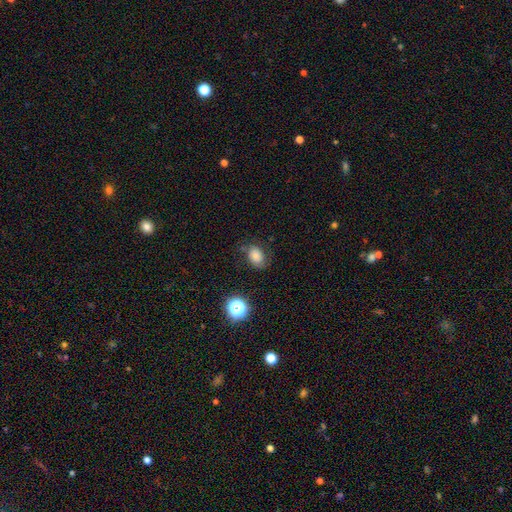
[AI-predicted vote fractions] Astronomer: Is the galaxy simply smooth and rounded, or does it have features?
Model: smooth — 67%.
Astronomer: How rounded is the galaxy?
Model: in between — 70%.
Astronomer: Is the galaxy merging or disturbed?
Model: none — 65%.